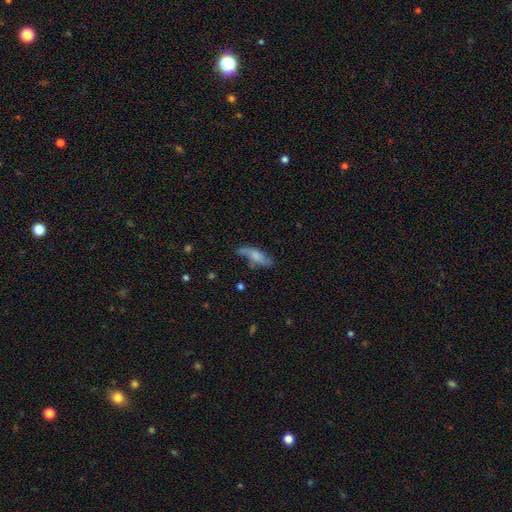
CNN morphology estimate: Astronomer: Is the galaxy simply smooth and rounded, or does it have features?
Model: smooth — 58% (runner-up: featured or disk, 34%).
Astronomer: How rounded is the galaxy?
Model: in between — 60% (runner-up: cigar-shaped, 37%).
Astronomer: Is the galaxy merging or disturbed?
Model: none — 51% (runner-up: minor disturbance, 30%).